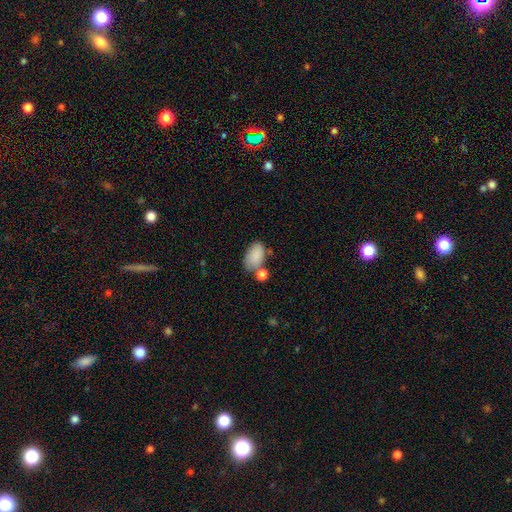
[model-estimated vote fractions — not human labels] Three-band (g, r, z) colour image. It shows a smooth galaxy with no disk features (86%) that is in between round and cigar-shaped (92%). Merging: none (55%).